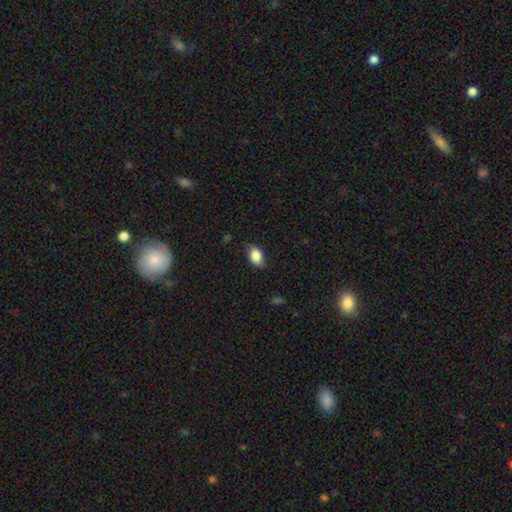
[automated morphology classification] Smooth or featured: smooth — 85% (star or artifact — 8%)
How rounded: in between — 83% (round — 15%)
Merging: none — 74% (minor disturbance — 20%)